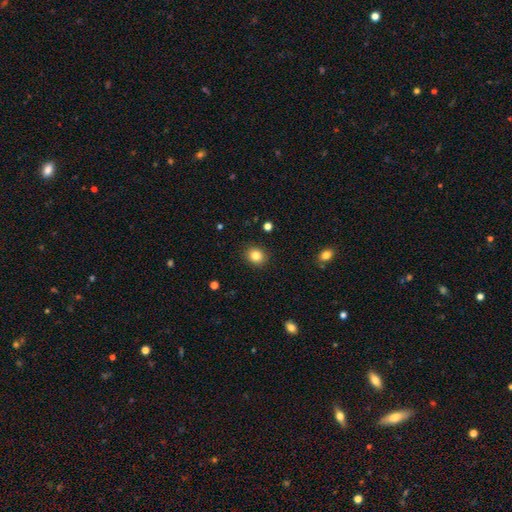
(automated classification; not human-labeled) smooth 84%, star or artifact 10%, featured or disk 6%. Down the decision tree: how rounded — round (68%); merging — none (90%).